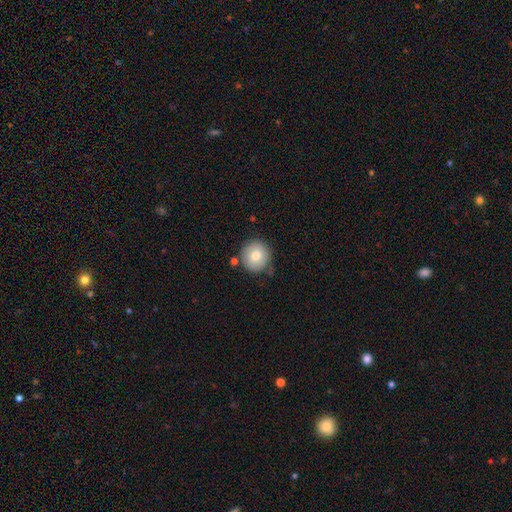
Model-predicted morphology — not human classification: The model was most divided on "smooth or featured": smooth: 76%, featured or disk: 15%, star or artifact: 9%. More confident: how rounded — round (94%); merging — none (80%).